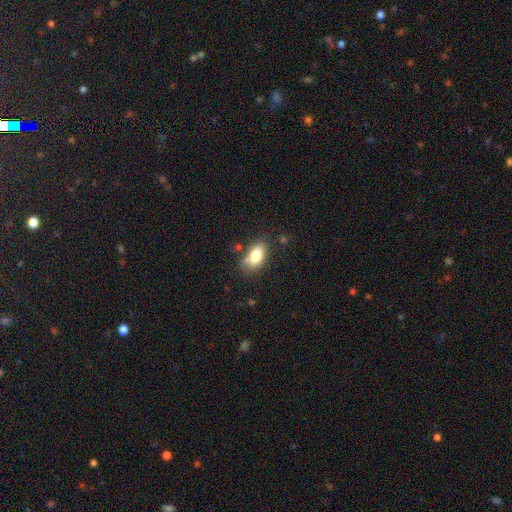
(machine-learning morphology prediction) This is clearly a smooth galaxy (81%). How rounded: clearly in between (90%). Merging: likely none (67%).